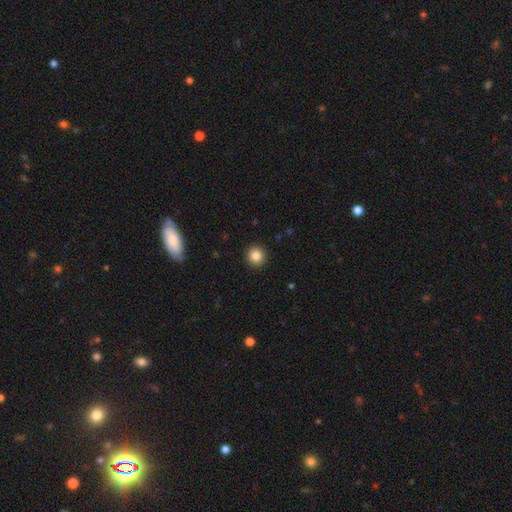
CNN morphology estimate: Smooth or featured?
  - smooth: 84% *
  - star or artifact: 10%
  - featured or disk: 5%
How rounded?
  - round: 94% *
  - in between: 5%
  - cigar-shaped: 1%
Merging?
  - none: 93% *
  - minor disturbance: 5%
  - major disturbance: 2%
  - merger: 1%